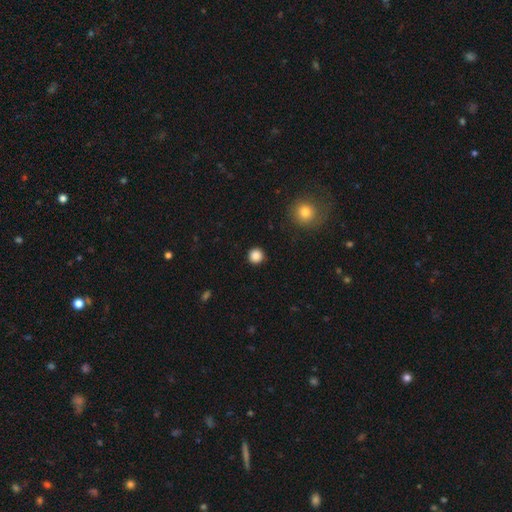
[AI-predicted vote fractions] Smooth or featured: smooth — 87% (star or artifact — 11%)
How rounded: round — 95% (in between — 4%)
Merging: none — 92% (minor disturbance — 5%)